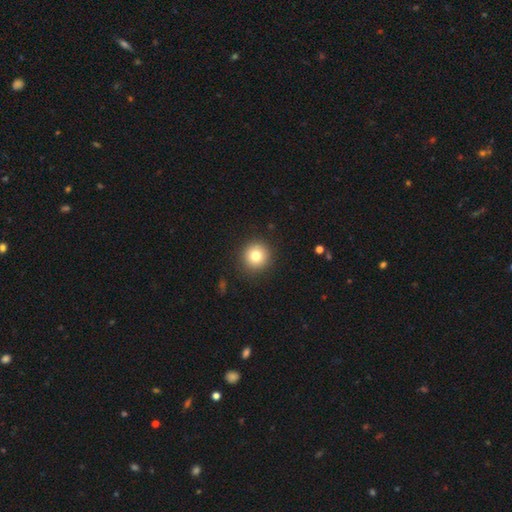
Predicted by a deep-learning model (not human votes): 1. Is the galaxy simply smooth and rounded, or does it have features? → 81% smooth, 11% star or artifact, 9% featured or disk.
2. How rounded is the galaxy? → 94% round, 5% in between, 1% cigar-shaped.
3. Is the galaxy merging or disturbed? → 91% none, 6% minor disturbance, 2% major disturbance, 1% merger.